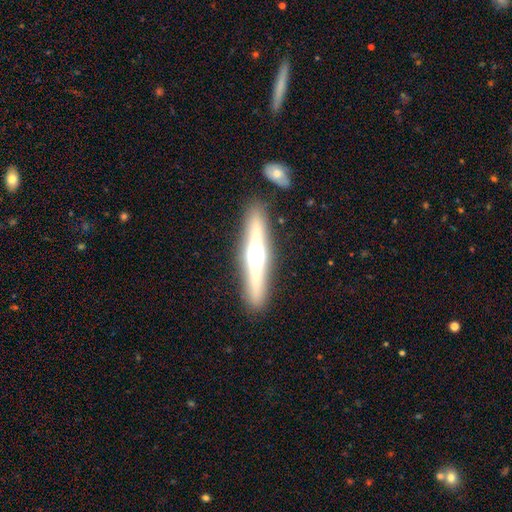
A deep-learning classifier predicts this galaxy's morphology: This is likely a featured or disk galaxy (67%). It is clearly viewed edge-on (95%). Edge-on bulge: clearly rounded (89%). Merging: clearly none (88%).